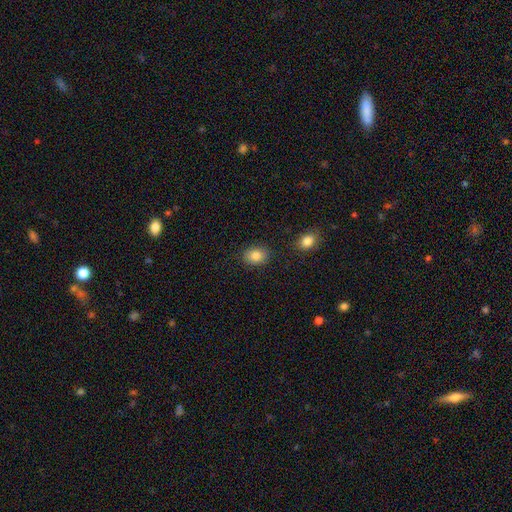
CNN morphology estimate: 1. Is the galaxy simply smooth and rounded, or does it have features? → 84% smooth, 9% star or artifact, 7% featured or disk.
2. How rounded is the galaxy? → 55% in between, 44% round, 1% cigar-shaped.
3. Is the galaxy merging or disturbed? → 86% none, 9% minor disturbance, 3% merger, 2% major disturbance.